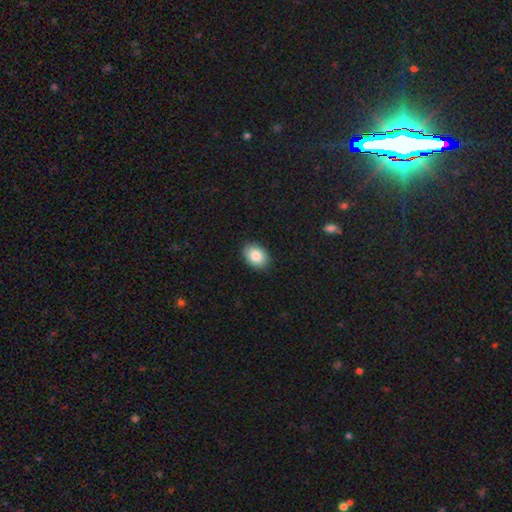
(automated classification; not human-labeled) Smooth or featured? Predicted: smooth (p=0.85). How rounded? Predicted: in between (p=0.77). Merging? Predicted: none (p=0.88).